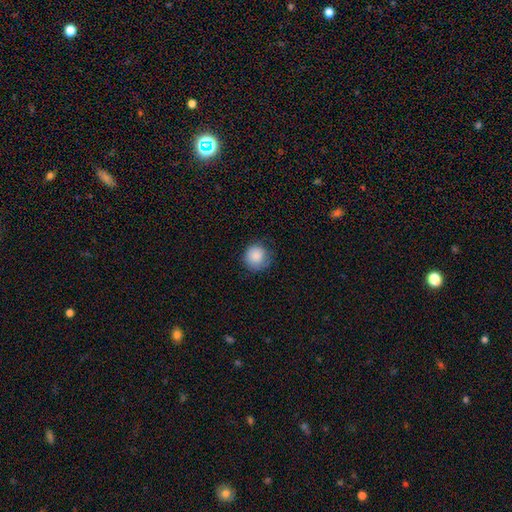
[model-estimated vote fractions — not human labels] A smooth galaxy with no disk features (87%) that is round (91%).

Vote fractions:
- Smooth or featured? smooth: 87% / star or artifact: 8% / featured or disk: 6%
- How rounded? round: 91% / in between: 8% / cigar-shaped: 1%
- Merging? none: 73% / minor disturbance: 20% / major disturbance: 6% / merger: 1%